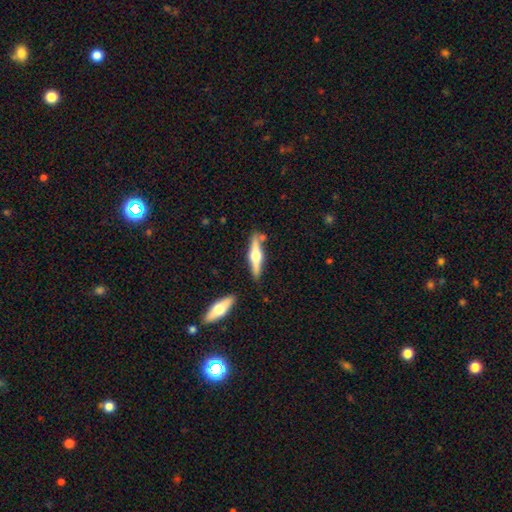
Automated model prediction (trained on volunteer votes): Smooth or featured? featured or disk (67%)
Edge-on disk? yes (97%)
Edge-on bulge? rounded (94%)
Merging? none (80%)